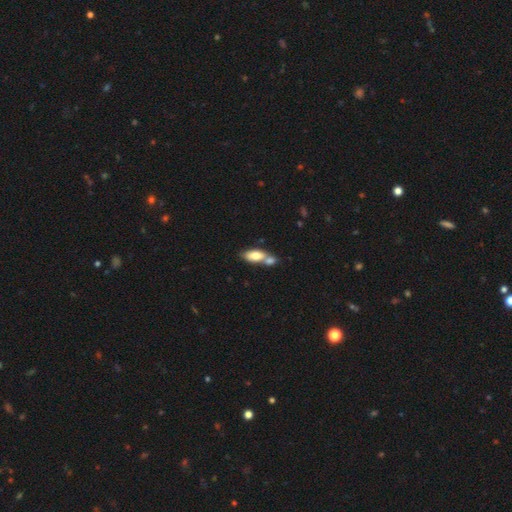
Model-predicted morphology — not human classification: This is likely a smooth galaxy (77%). How rounded: clearly in between (84%). Merging: possibly merger (54%).